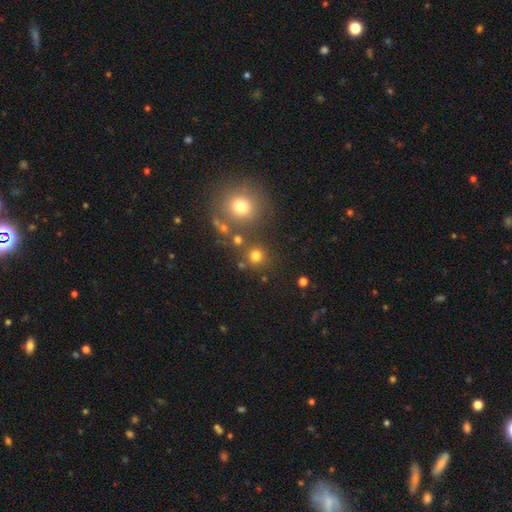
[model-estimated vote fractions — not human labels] This is likely a smooth galaxy (75%). How rounded: clearly round (91%). Merging: likely none (77%).